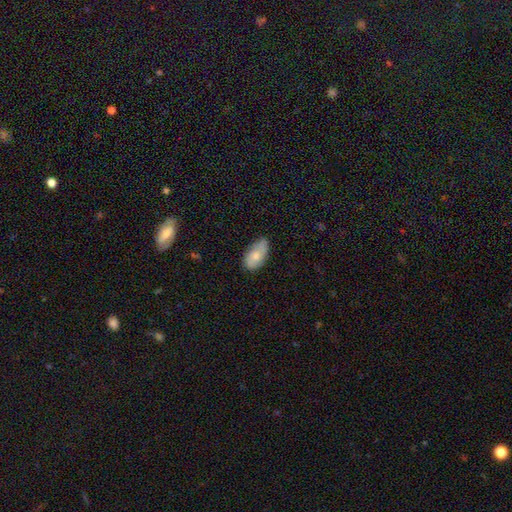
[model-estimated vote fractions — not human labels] Smooth or featured? smooth (71%)
How rounded? in between (93%)
Merging? none (58%)